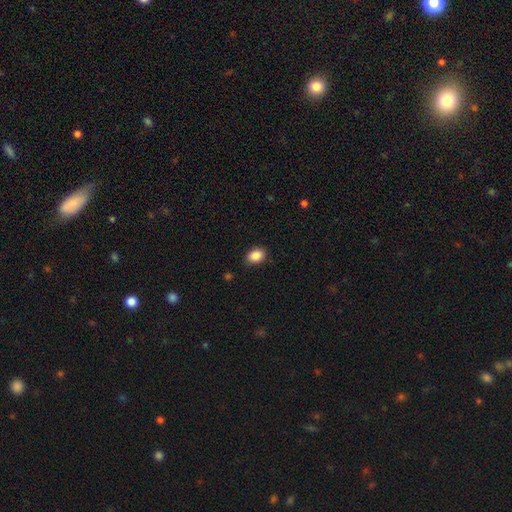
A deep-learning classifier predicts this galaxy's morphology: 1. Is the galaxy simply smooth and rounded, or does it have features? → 88% smooth, 8% star or artifact, 4% featured or disk.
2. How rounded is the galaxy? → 75% in between, 24% round, 1% cigar-shaped.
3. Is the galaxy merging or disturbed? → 85% none, 12% minor disturbance, 2% major disturbance, 1% merger.